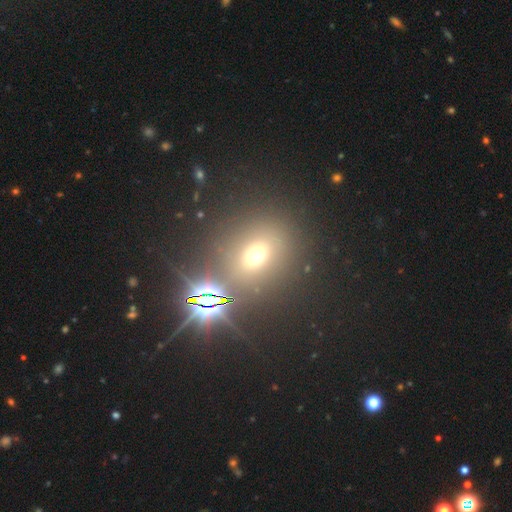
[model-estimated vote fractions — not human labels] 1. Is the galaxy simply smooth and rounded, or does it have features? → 51% smooth, 36% star or artifact, 12% featured or disk.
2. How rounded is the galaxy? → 63% round, 35% in between, 2% cigar-shaped.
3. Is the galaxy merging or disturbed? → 80% none, 9% minor disturbance, 5% merger, 5% major disturbance.